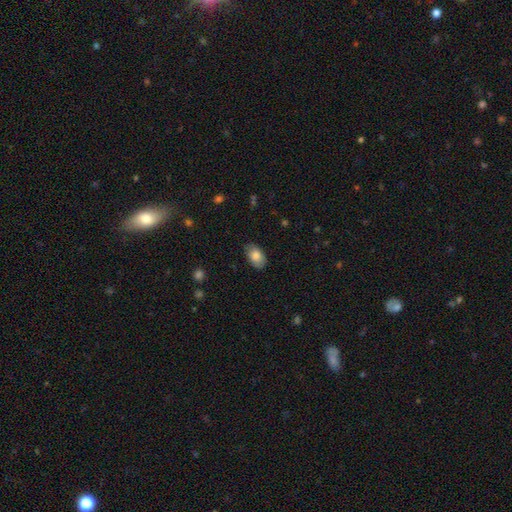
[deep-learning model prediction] smooth-or-featured: smooth: 82% | featured or disk: 11% | star or artifact: 7%
  how-rounded: in between: 92% | round: 7% | cigar-shaped: 1%
  merging: none: 83% | minor disturbance: 13% | major disturbance: 3% | merger: 1%